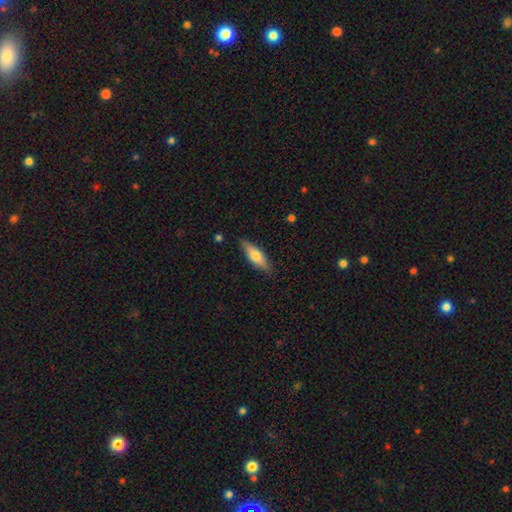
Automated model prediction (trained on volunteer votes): Morphology: type=smooth (63%); roundness=in between (52%); merging=none (85%).